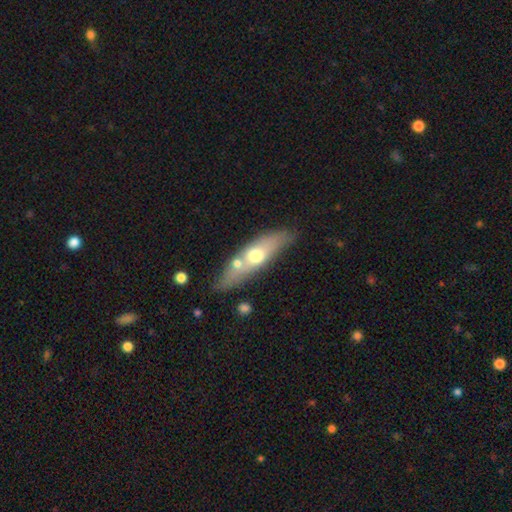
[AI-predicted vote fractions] A smooth galaxy with no disk features (49%).

Vote fractions:
- Smooth or featured? smooth: 49% / featured or disk: 44% / star or artifact: 6%
- Merging? none: 65% / merger: 16% / minor disturbance: 14% / major disturbance: 4%